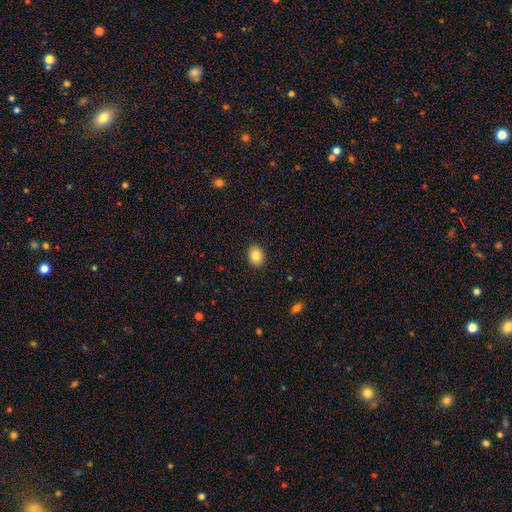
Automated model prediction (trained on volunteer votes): This is clearly a smooth galaxy (83%). How rounded: likely in between (60%). Merging: clearly none (89%).